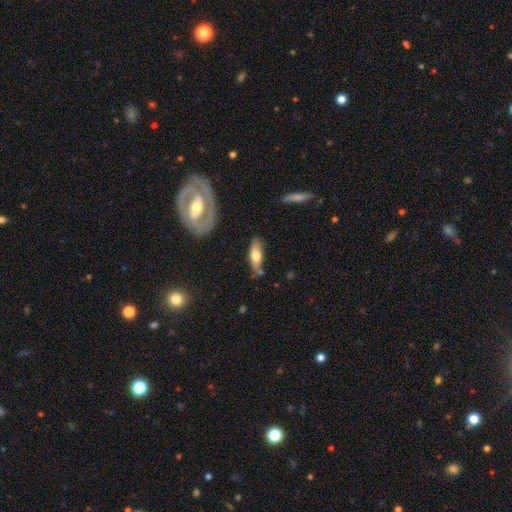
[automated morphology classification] This is possibly a smooth galaxy (59%). How rounded: possibly in between (58%). Merging: likely none (69%).